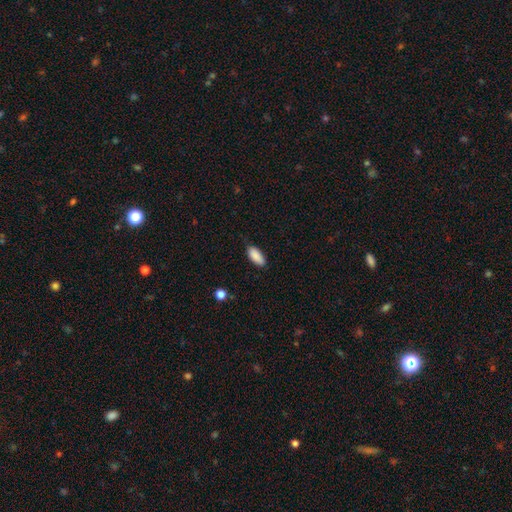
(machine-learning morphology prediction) smooth_or_featured: smooth (p=0.89) [alt: star or artifact p=0.07]
how_rounded: in between (p=0.85) [alt: cigar-shaped p=0.13]
merging: none (p=0.79) [alt: minor disturbance p=0.17]